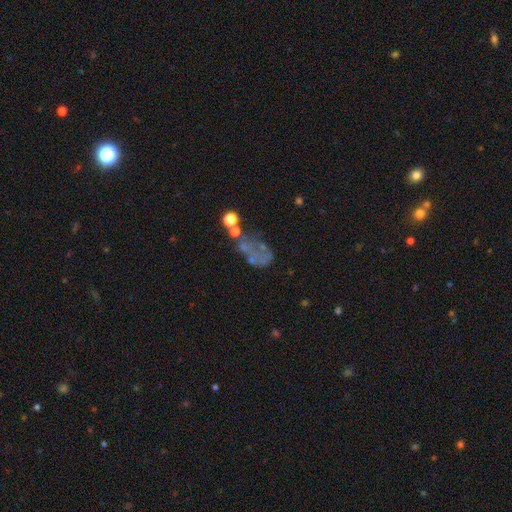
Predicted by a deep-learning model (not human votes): This is marginally a featured or disk galaxy (40%). Merging: marginally major disturbance (33%).